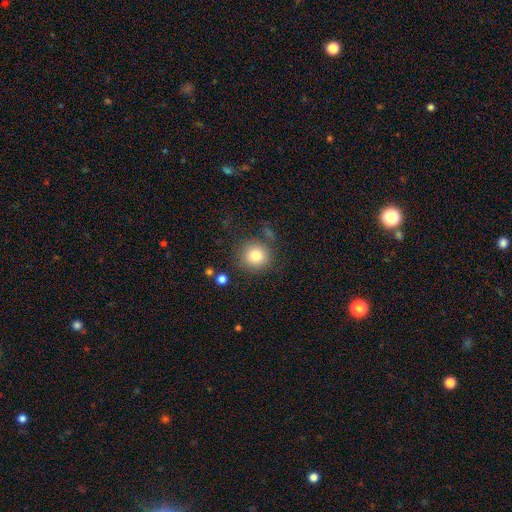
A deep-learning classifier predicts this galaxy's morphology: Smooth or featured? smooth (81%)
How rounded? round (92%)
Merging? none (80%)